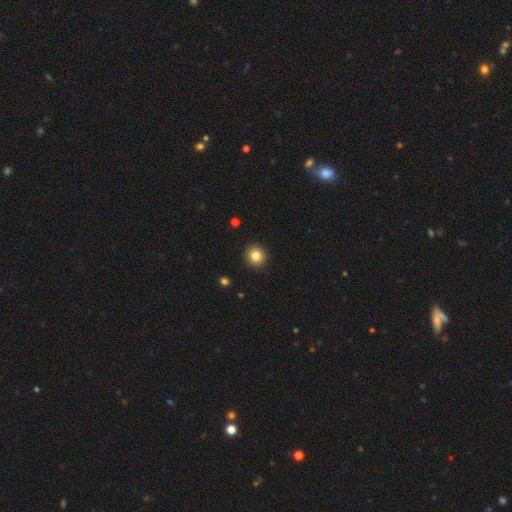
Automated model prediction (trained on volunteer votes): Overall: smooth (84%). How rounded: round (93%). Merging: none (93%).